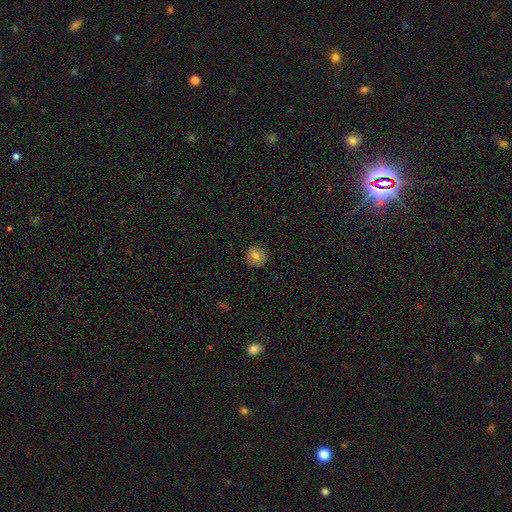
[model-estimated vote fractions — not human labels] smooth 76%, featured or disk 14%, star or artifact 10%. Down the decision tree: how rounded — round (92%); merging — none (86%).